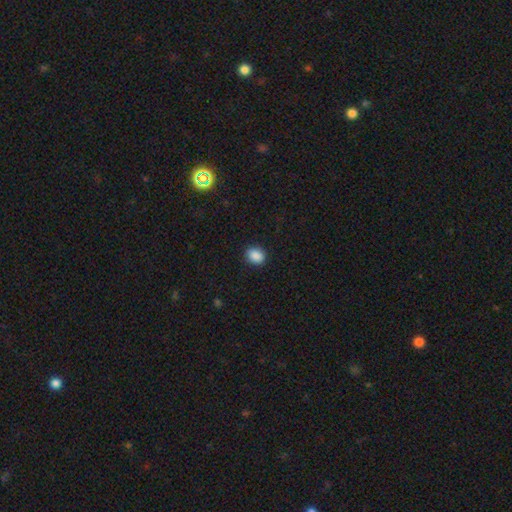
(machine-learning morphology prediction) Smooth or featured: smooth — 89% (star or artifact — 9%)
How rounded: in between — 53% (round — 46%)
Merging: none — 89% (minor disturbance — 8%)